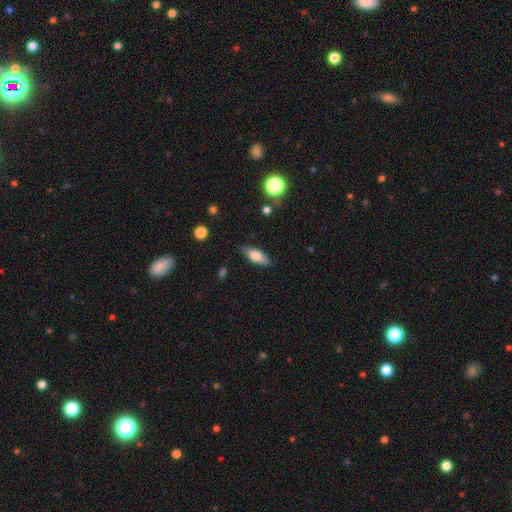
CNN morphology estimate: Smooth or featured? smooth (73%)
How rounded? in between (71%)
Merging? none (83%)